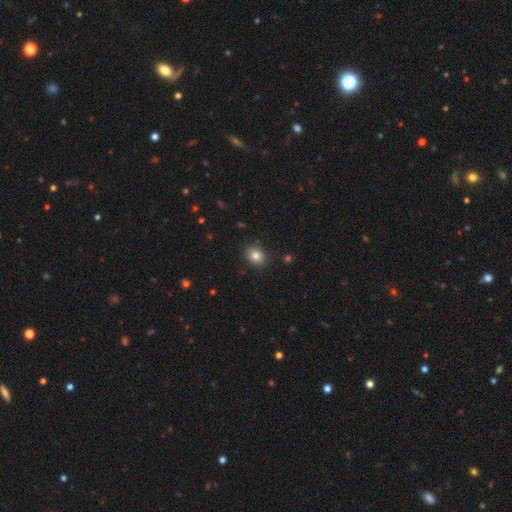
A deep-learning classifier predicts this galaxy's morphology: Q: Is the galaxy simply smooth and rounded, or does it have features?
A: smooth — 83%.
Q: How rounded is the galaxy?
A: in between — 59%.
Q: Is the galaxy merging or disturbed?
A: none — 88%.